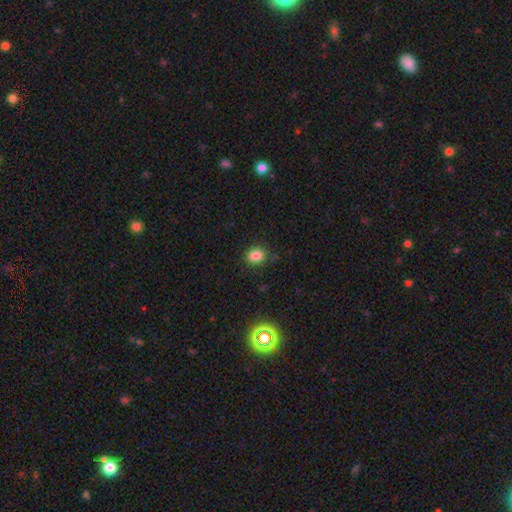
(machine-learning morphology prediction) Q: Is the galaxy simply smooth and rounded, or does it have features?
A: smooth — 82%.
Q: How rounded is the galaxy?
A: round — 52%.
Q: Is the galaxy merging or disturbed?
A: none — 81%.